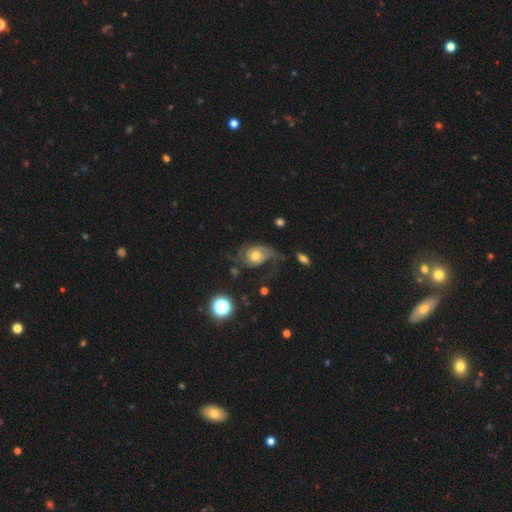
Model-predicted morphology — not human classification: This appears to be a featured or disk galaxy (61%) with no bar (75%), spiral arms (81%) and a moderate central bulge (67%). Merging: major disturbance (41%).